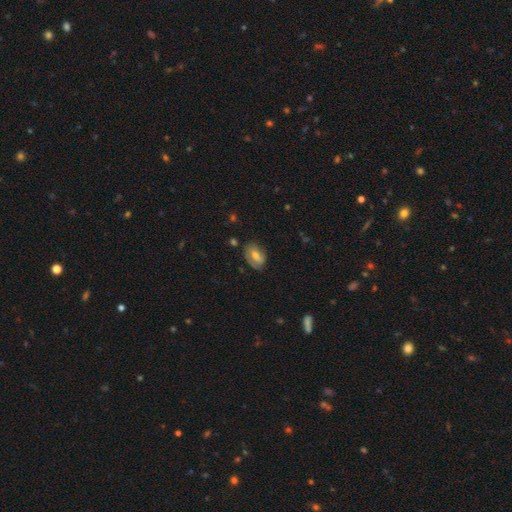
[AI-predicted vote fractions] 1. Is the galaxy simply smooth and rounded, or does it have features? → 60% smooth, 32% featured or disk, 9% star or artifact.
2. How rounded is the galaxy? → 85% in between, 12% round, 3% cigar-shaped.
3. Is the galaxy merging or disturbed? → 67% none, 24% minor disturbance, 7% major disturbance, 2% merger.